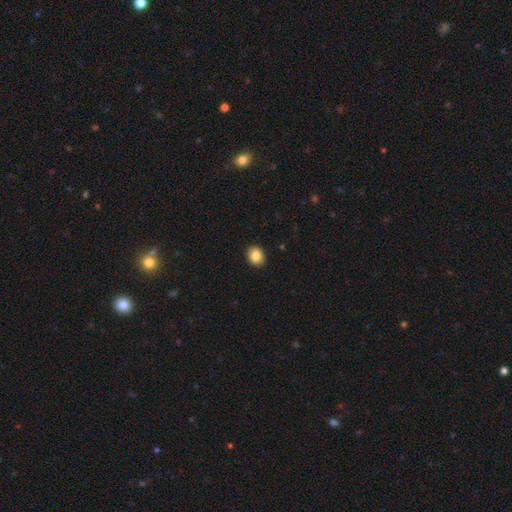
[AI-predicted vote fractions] Morphology: type=smooth (86%); roundness=round (54%); merging=none (92%).